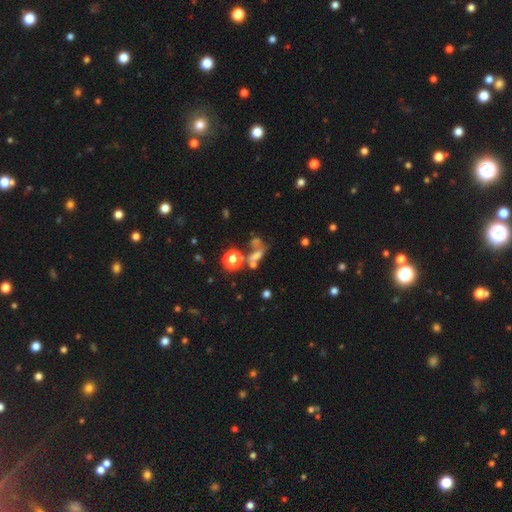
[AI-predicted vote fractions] The model was most divided on "merging": none: 34%, merger: 33%, major disturbance: 20%, minor disturbance: 13%. Remaining: smooth or featured — smooth (47%).